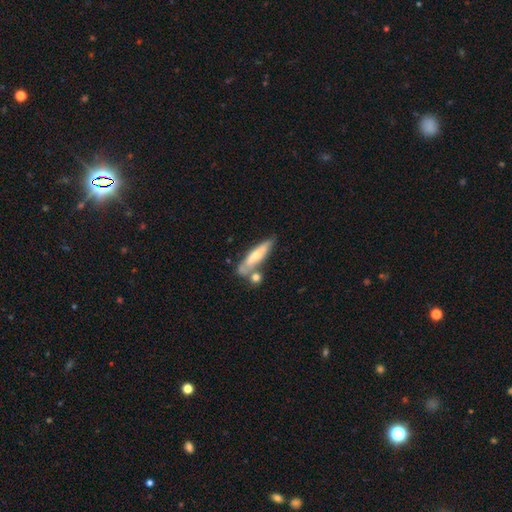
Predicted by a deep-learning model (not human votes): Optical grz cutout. It shows a smooth galaxy with no disk features (56%) that is cigar-shaped (73%). Merging: none (56%).